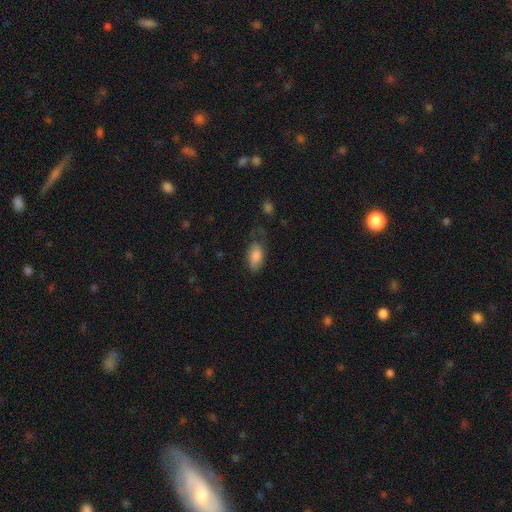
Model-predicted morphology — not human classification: Smooth or featured? Predicted: smooth (p=0.83). How rounded? Predicted: in between (p=0.92). Merging? Predicted: none (p=0.57).